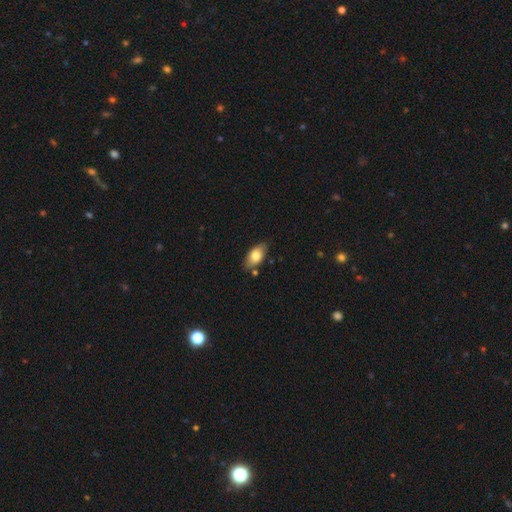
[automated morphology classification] A smooth galaxy with no disk features (78%) that is in between round and cigar-shaped (91%). Merging: none (78%).